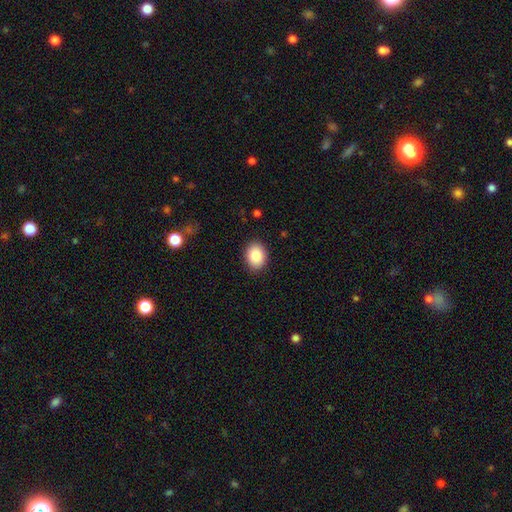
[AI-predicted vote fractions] Q: Smooth or featured?
A: smooth (88%); runner-up: star or artifact (8%)
Q: How rounded?
A: in between (60%); runner-up: round (39%)
Q: Merging?
A: none (89%); runner-up: minor disturbance (8%)